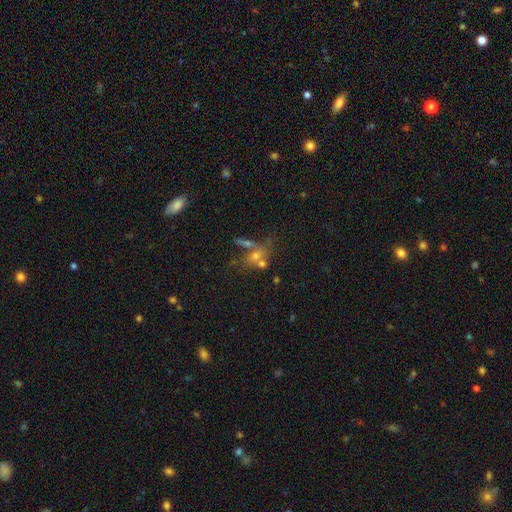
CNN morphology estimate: A smooth galaxy with no disk features (42%). Merging: none (41%).